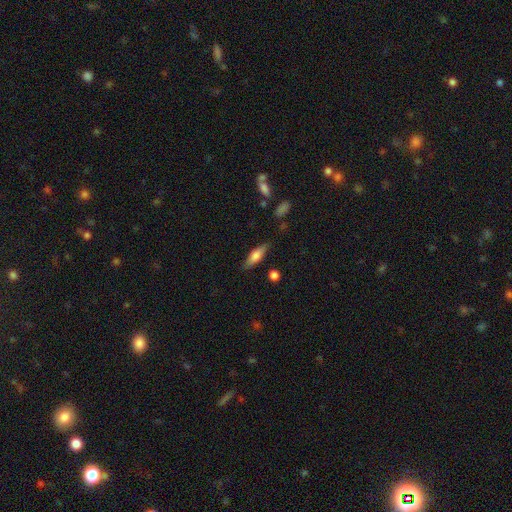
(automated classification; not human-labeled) Smooth or featured?
  - smooth: 54% *
  - featured or disk: 39%
  - star or artifact: 7%
How rounded?
  - cigar-shaped: 52% *
  - in between: 45%
  - round: 3%
Merging?
  - none: 83% *
  - minor disturbance: 13%
  - major disturbance: 3%
  - merger: 2%